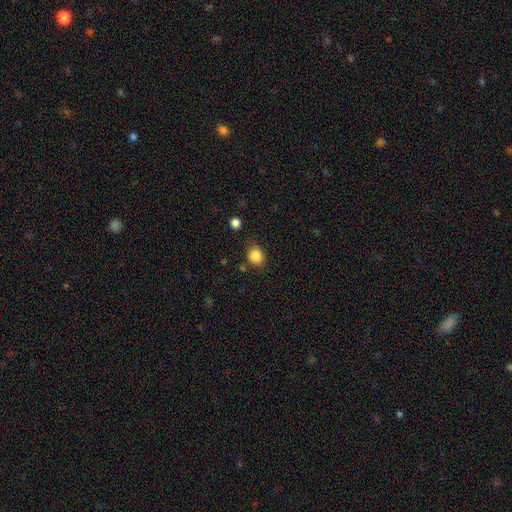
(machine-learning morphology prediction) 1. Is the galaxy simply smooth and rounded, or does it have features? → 85% smooth, 10% star or artifact, 5% featured or disk.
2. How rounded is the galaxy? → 64% round, 35% in between, 1% cigar-shaped.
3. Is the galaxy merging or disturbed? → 74% none, 17% minor disturbance, 4% major disturbance, 4% merger.